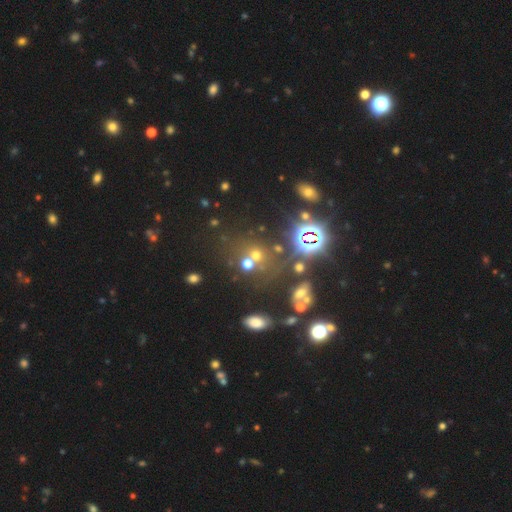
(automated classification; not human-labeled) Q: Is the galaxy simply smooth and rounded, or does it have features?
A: smooth — 51%.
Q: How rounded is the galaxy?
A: round — 79%.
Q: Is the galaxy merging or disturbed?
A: none — 57%.